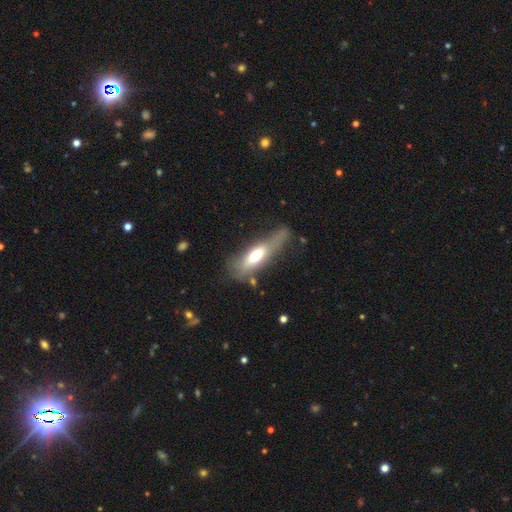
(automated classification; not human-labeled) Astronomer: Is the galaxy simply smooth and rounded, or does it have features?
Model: smooth — 55% (runner-up: featured or disk, 38%).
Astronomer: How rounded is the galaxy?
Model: in between — 50% (runner-up: cigar-shaped, 47%).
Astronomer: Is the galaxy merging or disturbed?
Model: none — 41% (runner-up: minor disturbance, 29%).